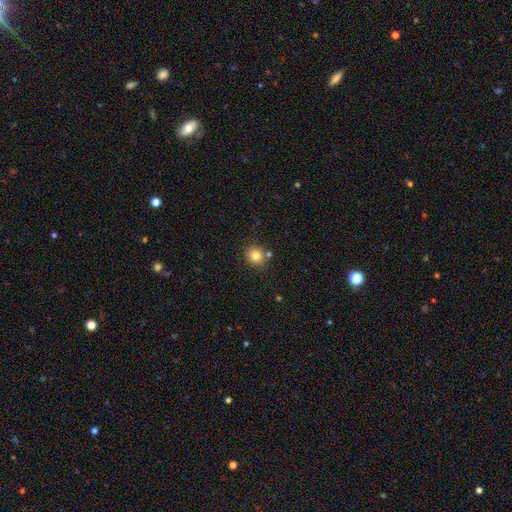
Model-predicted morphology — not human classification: Smooth or featured?
  - smooth: 81% *
  - star or artifact: 12%
  - featured or disk: 7%
How rounded?
  - round: 85% *
  - in between: 14%
  - cigar-shaped: 1%
Merging?
  - none: 80% *
  - minor disturbance: 9%
  - merger: 8%
  - major disturbance: 3%